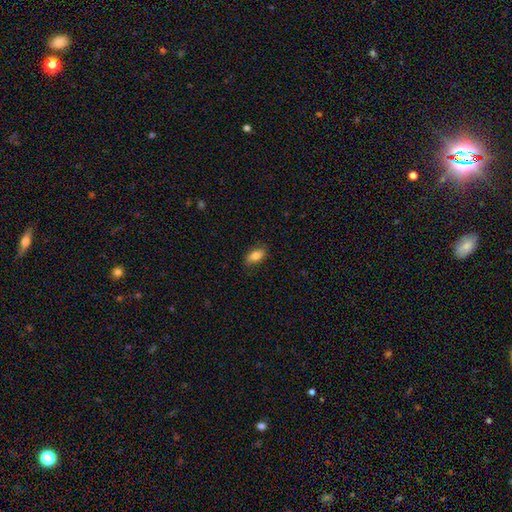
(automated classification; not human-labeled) Overall: smooth (83%). How rounded: in between (90%). Merging: none (81%).